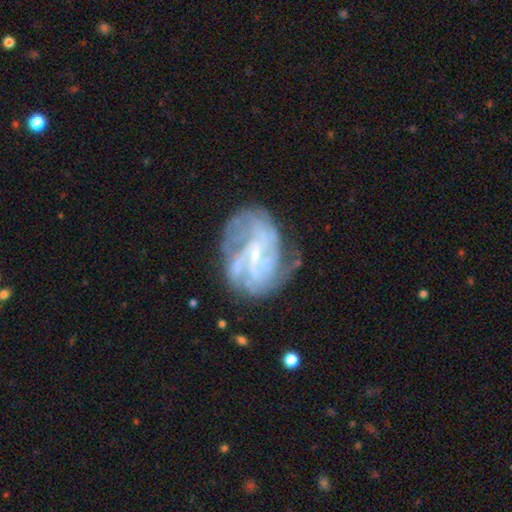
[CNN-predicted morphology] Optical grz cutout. It shows a featured or disk galaxy (82%) with a weak bar (50%), tight (49%) spiral arms (87%) and a small central bulge (75%). Merging: none (58%).